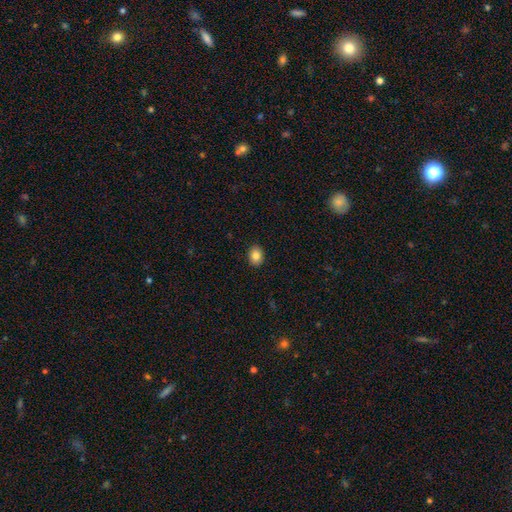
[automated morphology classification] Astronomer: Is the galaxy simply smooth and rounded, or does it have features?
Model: smooth — 84%.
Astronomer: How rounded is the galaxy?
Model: in between — 65%.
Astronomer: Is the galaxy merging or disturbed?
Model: none — 91%.